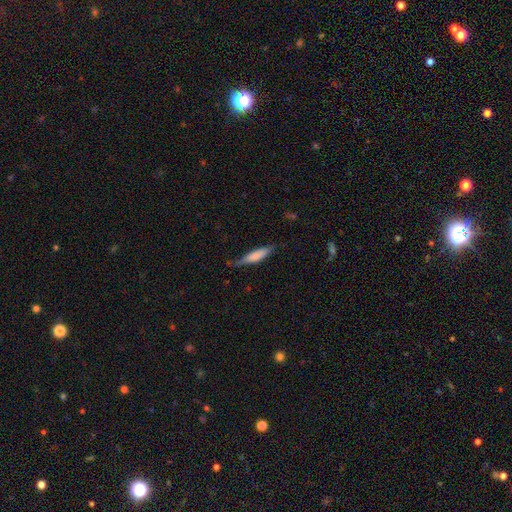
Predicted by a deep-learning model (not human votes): Overall: smooth (70%). How rounded: cigar-shaped (78%). Merging: none (63%; minor disturbance 28%).